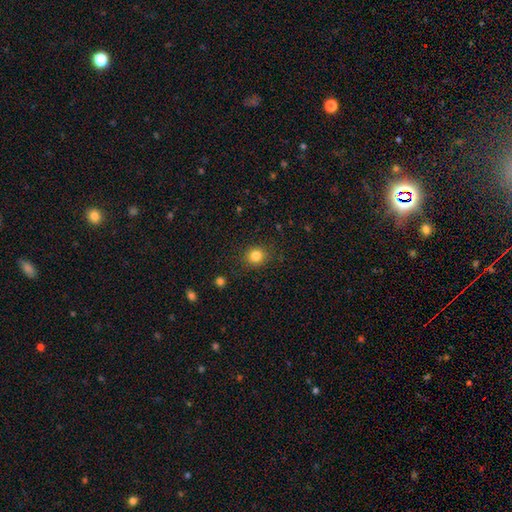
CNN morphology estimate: Overall: smooth (83%). How rounded: round (84%). Merging: none (87%).